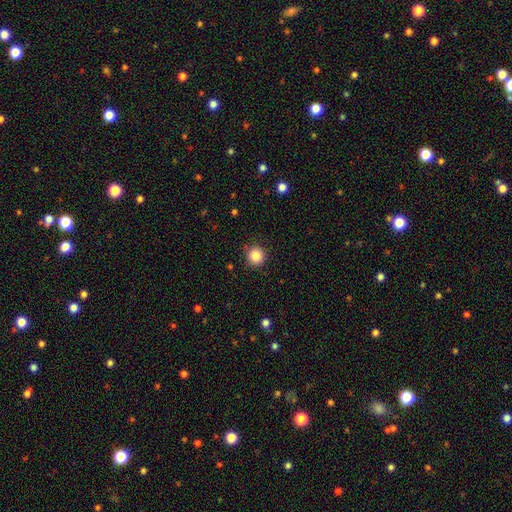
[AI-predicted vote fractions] smooth_or_featured: smooth (p=0.87) [alt: star or artifact p=0.10]
how_rounded: round (p=0.93) [alt: in between p=0.06]
merging: none (p=0.89) [alt: minor disturbance p=0.08]